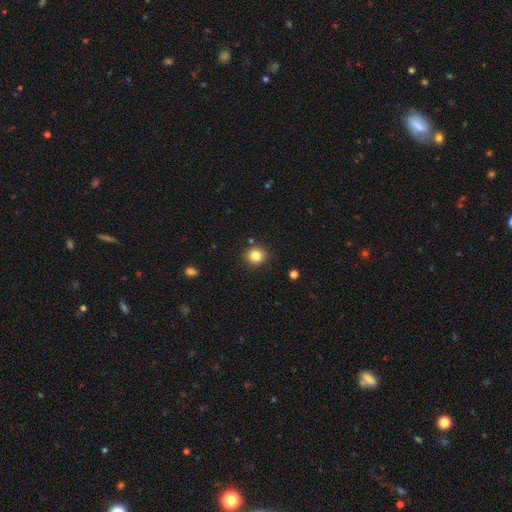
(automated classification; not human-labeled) Smooth or featured?
  - smooth: 83% *
  - star or artifact: 11%
  - featured or disk: 6%
How rounded?
  - round: 90% *
  - in between: 9%
  - cigar-shaped: 1%
Merging?
  - none: 90% *
  - minor disturbance: 7%
  - merger: 2%
  - major disturbance: 2%